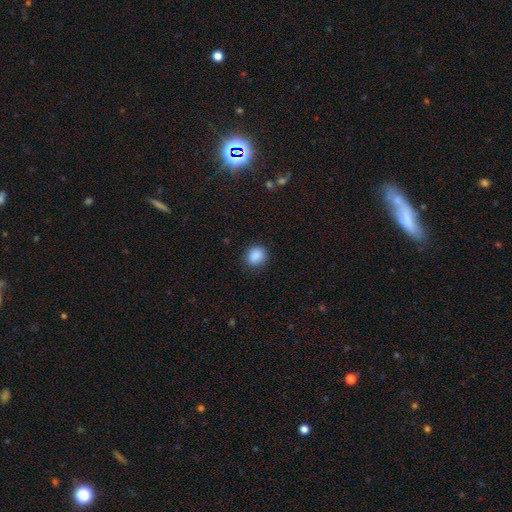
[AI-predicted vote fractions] Q: Smooth or featured?
A: smooth (88%); runner-up: star or artifact (9%)
Q: How rounded?
A: round (66%); runner-up: in between (33%)
Q: Merging?
A: none (86%); runner-up: minor disturbance (11%)